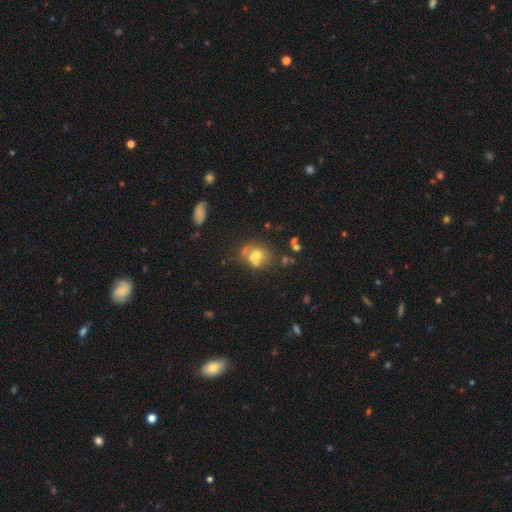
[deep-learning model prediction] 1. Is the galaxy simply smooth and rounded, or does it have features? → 57% smooth, 26% featured or disk, 16% star or artifact.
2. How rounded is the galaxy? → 67% round, 32% in between, 1% cigar-shaped.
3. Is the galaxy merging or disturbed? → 44% none, 32% merger, 15% minor disturbance, 8% major disturbance.